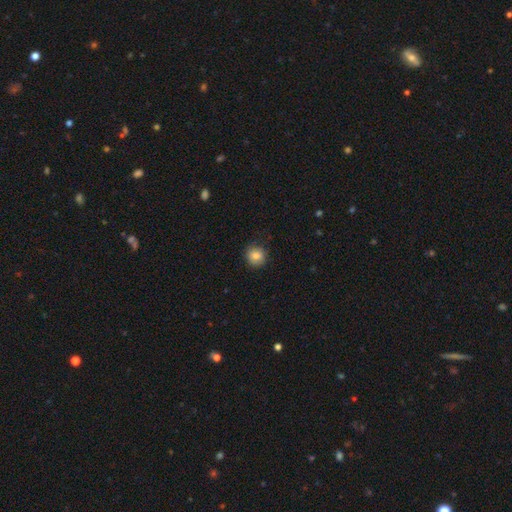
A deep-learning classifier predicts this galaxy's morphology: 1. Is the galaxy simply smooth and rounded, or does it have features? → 83% smooth, 9% star or artifact, 8% featured or disk.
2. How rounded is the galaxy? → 88% round, 11% in between, 1% cigar-shaped.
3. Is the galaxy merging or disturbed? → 86% none, 11% minor disturbance, 2% major disturbance, 1% merger.